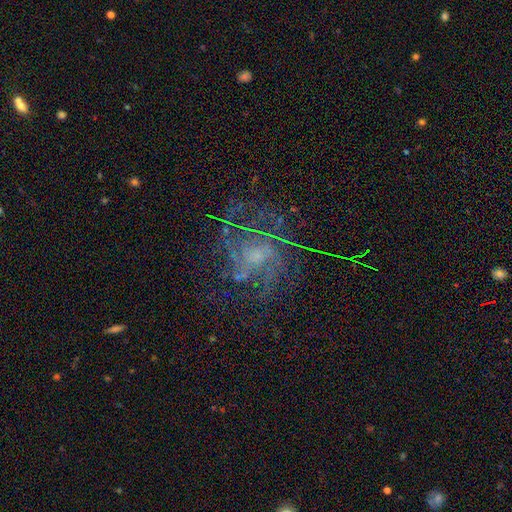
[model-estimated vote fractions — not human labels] A featured or disk galaxy (76%) with no bar (68%), medium (41%) spiral arms (88%) and a small central bulge (43%). Merging: none (66%).